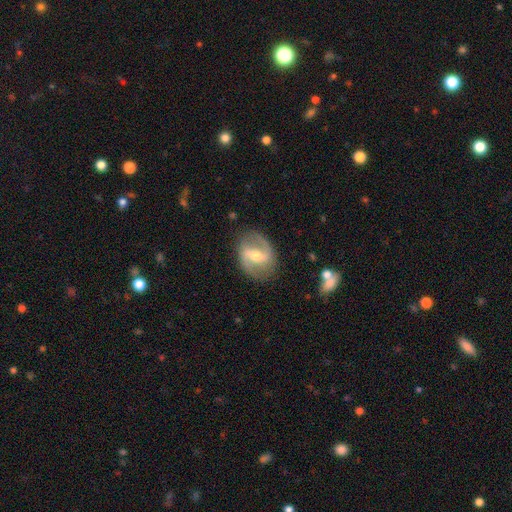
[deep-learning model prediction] A featured or disk galaxy (82%) with a weak bar (44%), 2 (91%) medium (45%) spiral arms (91%) and a moderate central bulge (61%).

Vote fractions:
- Smooth or featured? featured or disk: 82% / smooth: 12% / star or artifact: 5%
- Edge-on disk? no: 97% / yes: 3%
- Bar? weak: 44% / strong: 35% / no: 20%
- Spiral arms? yes: 91% / no: 9%
- Spiral winding? medium: 45% / loose: 40% / tight: 15%
- Spiral arm count? 2: 91% / can't tell: 4% / 1: 2% / 3: 1% / 4: 1% / more than 4: 1%
- Bulge size? moderate: 61% / small: 34% / large: 3% / none: 1% / dominant: 1%
- Merging? none: 82% / minor disturbance: 12% / major disturbance: 4% / merger: 1%